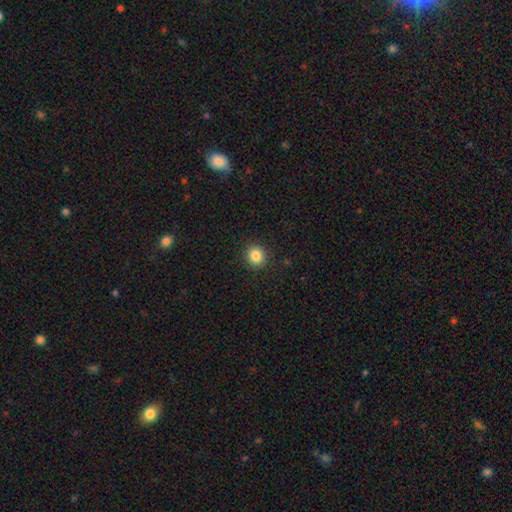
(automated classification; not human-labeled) Overall: smooth (84%). How rounded: round (90%). Merging: none (92%).